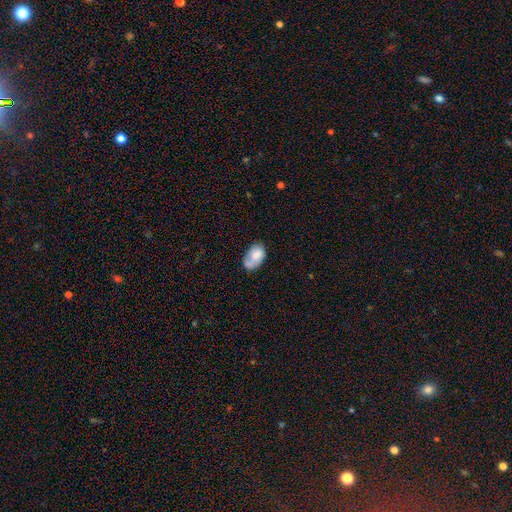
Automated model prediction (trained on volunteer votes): A smooth galaxy with no disk features (70%) that is in between round and cigar-shaped (91%).

Vote fractions:
- Smooth or featured? smooth: 70% / featured or disk: 22% / star or artifact: 7%
- How rounded? in between: 91% / round: 7% / cigar-shaped: 1%
- Merging? none: 45% / minor disturbance: 31% / major disturbance: 14% / merger: 10%